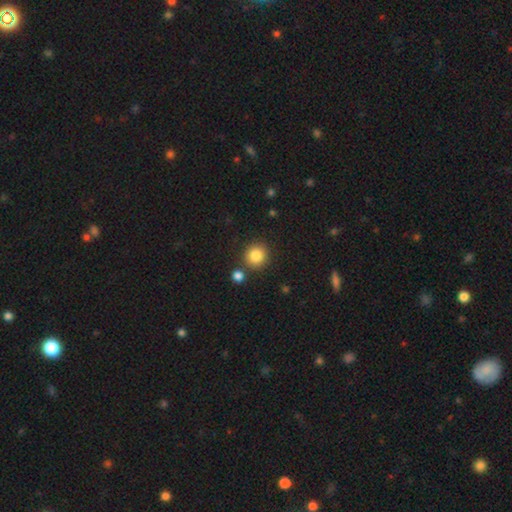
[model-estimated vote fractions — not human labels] The model was most divided on "merging": none: 81%, merger: 9%, minor disturbance: 8%, major disturbance: 3%. More confident: how rounded — round (87%); smooth or featured — smooth (85%).